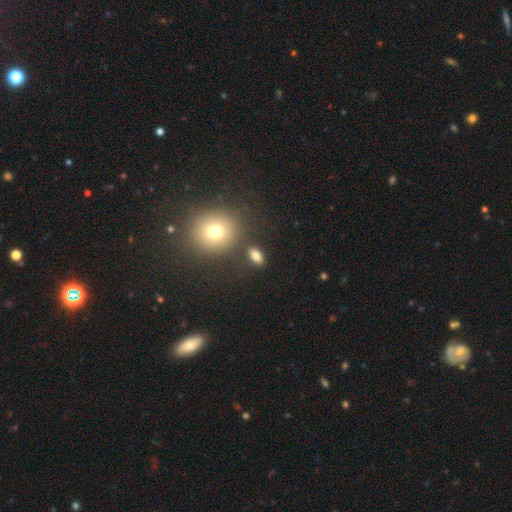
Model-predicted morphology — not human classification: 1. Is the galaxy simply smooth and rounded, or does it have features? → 81% smooth, 11% star or artifact, 8% featured or disk.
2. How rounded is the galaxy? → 81% in between, 13% round, 5% cigar-shaped.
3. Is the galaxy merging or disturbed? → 80% none, 10% minor disturbance, 6% merger, 4% major disturbance.